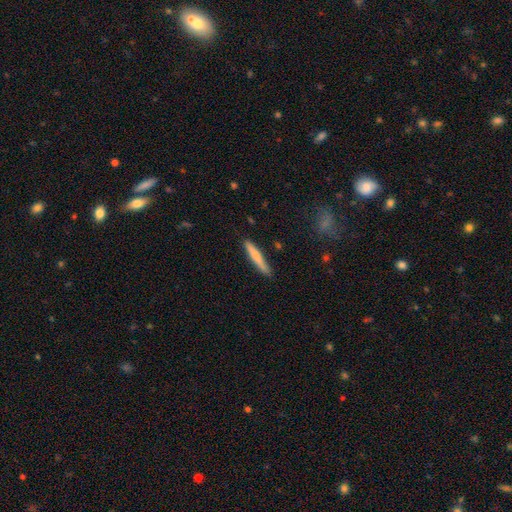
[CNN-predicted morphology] Overall: smooth (67%; featured or disk 27%). How rounded: cigar-shaped (93%). Merging: none (84%).